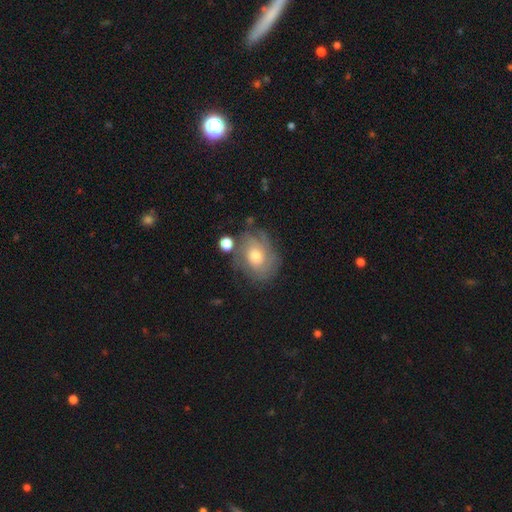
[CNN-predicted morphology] smooth_or_featured: featured or disk (p=0.65) [alt: smooth p=0.26]
disk_edge_on: no (p=0.97) [alt: yes p=0.03]
bar: no (p=0.79) [alt: weak p=0.19]
has_spiral_arms: yes (p=0.83) [alt: no p=0.17]
spiral_winding: tight (p=0.62) [alt: medium p=0.28]
spiral_arm_count: can't tell (p=0.50) [alt: 2 p=0.17]
bulge_size: moderate (p=0.63) [alt: small p=0.25]
merging: none (p=0.64) [alt: minor disturbance p=0.20]